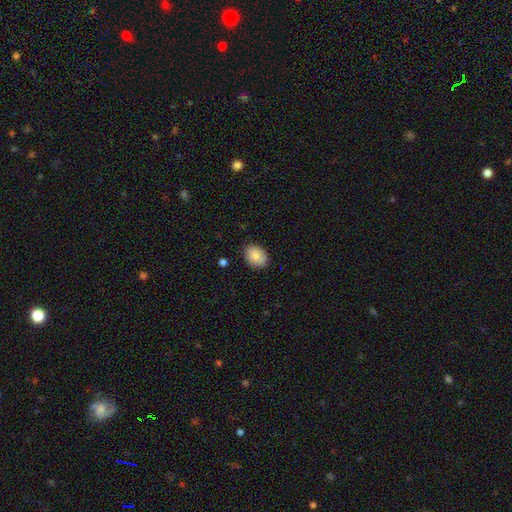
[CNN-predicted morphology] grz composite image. It shows a smooth galaxy with no disk features (84%) that is in between round and cigar-shaped (62%). Merging: none (83%).